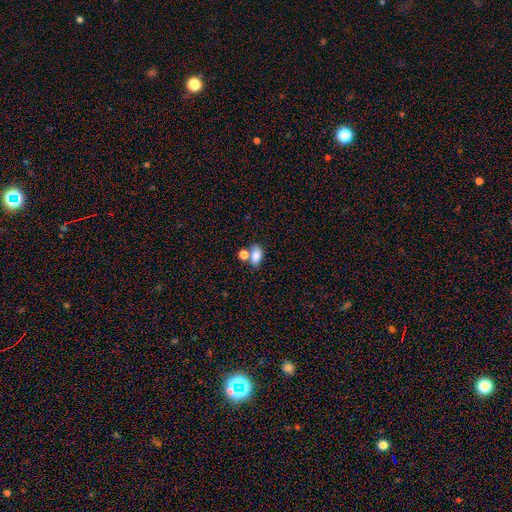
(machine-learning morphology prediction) Smooth or featured: smooth — 82% (star or artifact — 9%)
How rounded: in between — 86% (round — 11%)
Merging: none — 48% (merger — 35%)